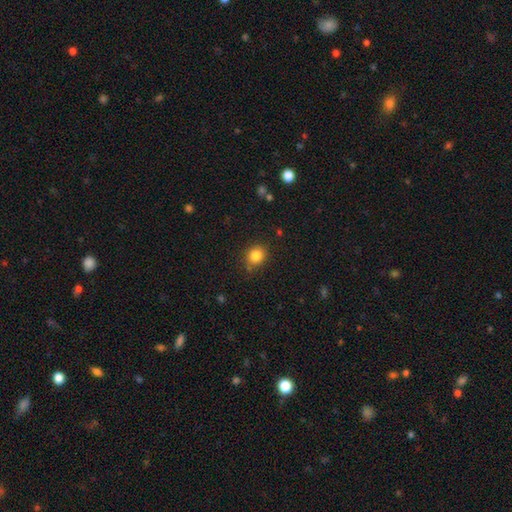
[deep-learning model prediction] smooth_or_featured: smooth (p=0.84) [alt: star or artifact p=0.11]
how_rounded: round (p=0.75) [alt: in between p=0.25]
merging: none (p=0.82) [alt: minor disturbance p=0.13]